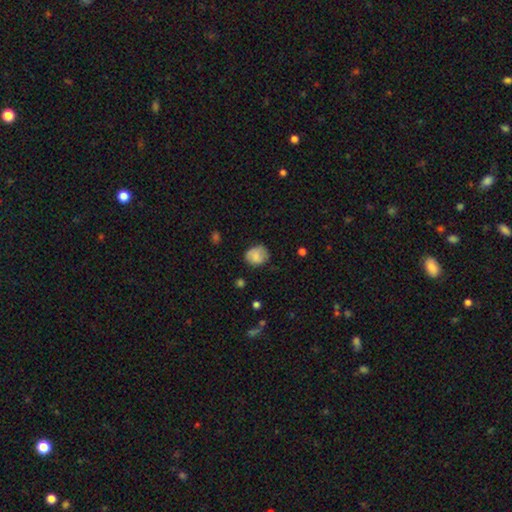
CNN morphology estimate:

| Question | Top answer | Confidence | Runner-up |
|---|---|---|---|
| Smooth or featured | smooth | 78% | featured or disk (13%) |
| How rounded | round | 62% | in between (37%) |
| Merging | none | 64% | minor disturbance (27%) |